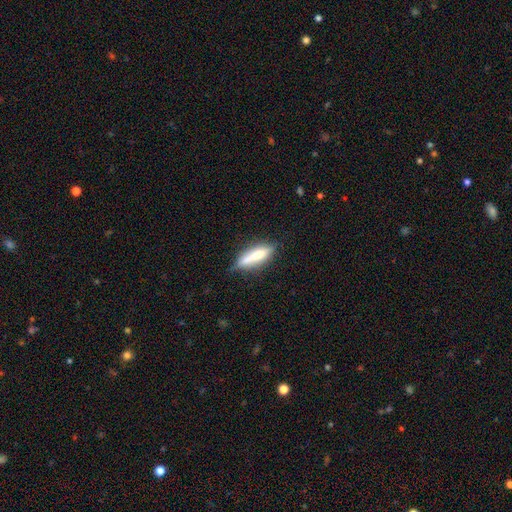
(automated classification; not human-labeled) The model was most divided on "smooth or featured": smooth: 60%, featured or disk: 32%, star or artifact: 7%. More confident: how rounded — cigar-shaped (68%); merging — none (67%).